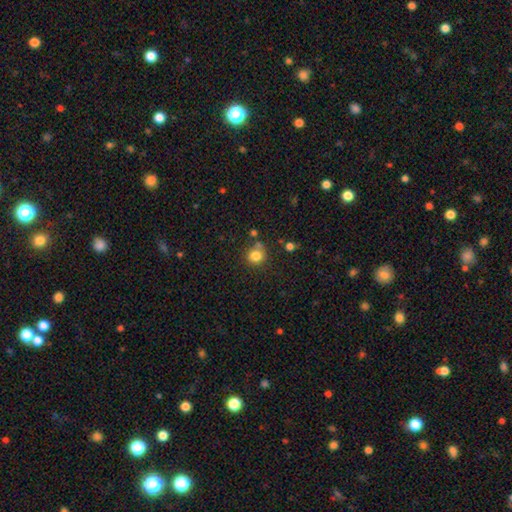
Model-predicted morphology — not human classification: A smooth galaxy with no disk features (82%) that is round (89%). Merging: none (72%).